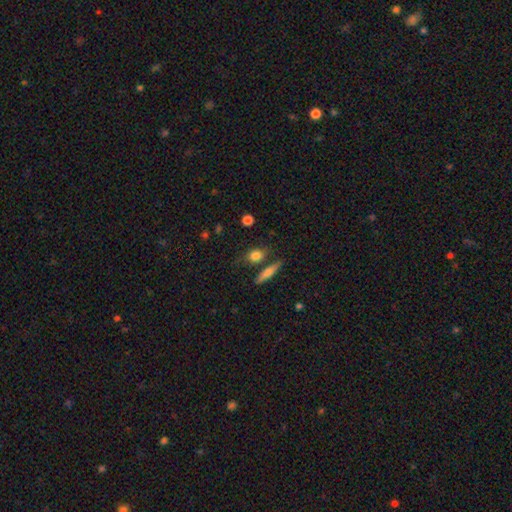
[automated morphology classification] Q: Smooth or featured?
A: smooth (80%); runner-up: featured or disk (12%)
Q: How rounded?
A: round (45%); runner-up: in between (40%)
Q: Merging?
A: none (70%); runner-up: minor disturbance (14%)